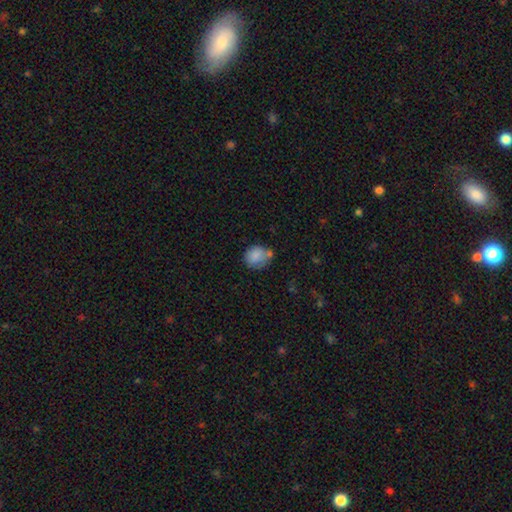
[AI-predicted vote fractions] smooth_or_featured: smooth (p=0.82) [alt: featured or disk p=0.10]
how_rounded: round (p=0.71) [alt: in between p=0.28]
merging: none (p=0.51) [alt: minor disturbance p=0.25]